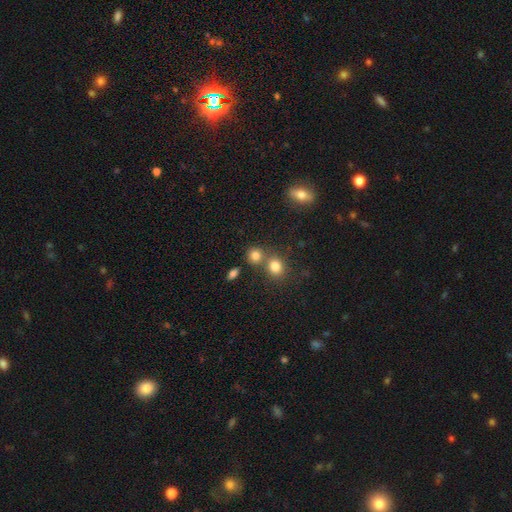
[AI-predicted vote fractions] Smooth or featured: smooth — 80% (star or artifact — 12%)
How rounded: round — 78% (in between — 20%)
Merging: none — 59% (merger — 29%)